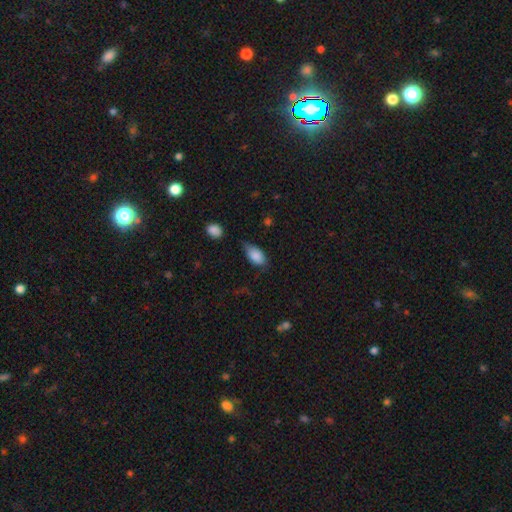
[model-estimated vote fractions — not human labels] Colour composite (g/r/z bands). It shows a smooth galaxy with no disk features (84%) that is in between round and cigar-shaped (92%). Merging: none (54%).